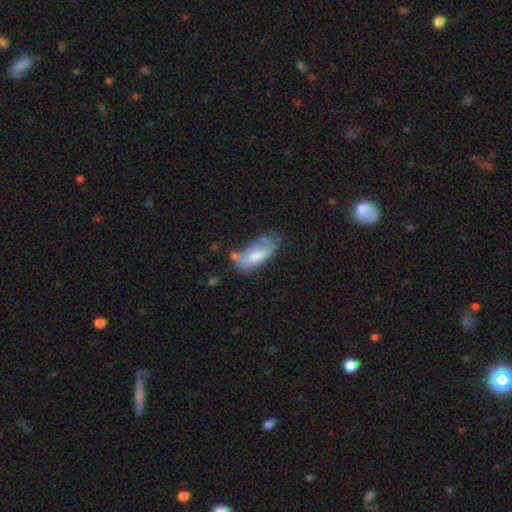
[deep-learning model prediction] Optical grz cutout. It shows a smooth galaxy with no disk features (60%) that is in between round and cigar-shaped (85%). Merging: none (38%).